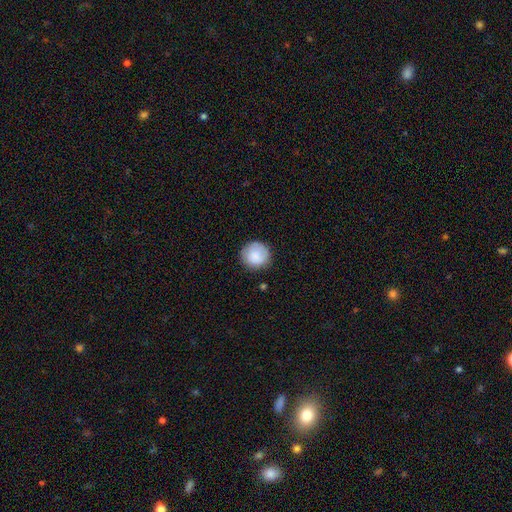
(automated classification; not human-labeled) Overall: smooth (86%). How rounded: round (93%). Merging: none (85%).